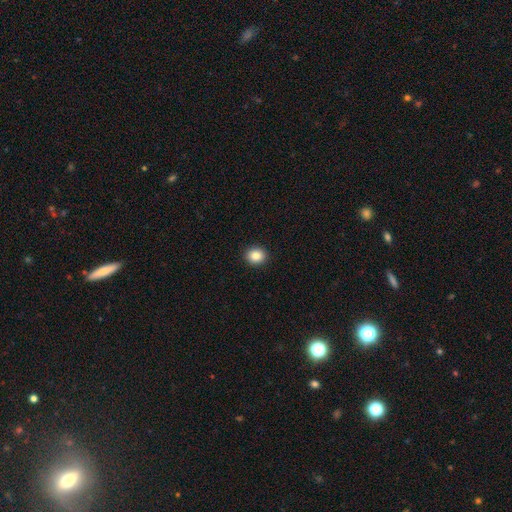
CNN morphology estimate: This appears to be a smooth galaxy with no disk features (86%) that is round (69%). Merging: none (92%).